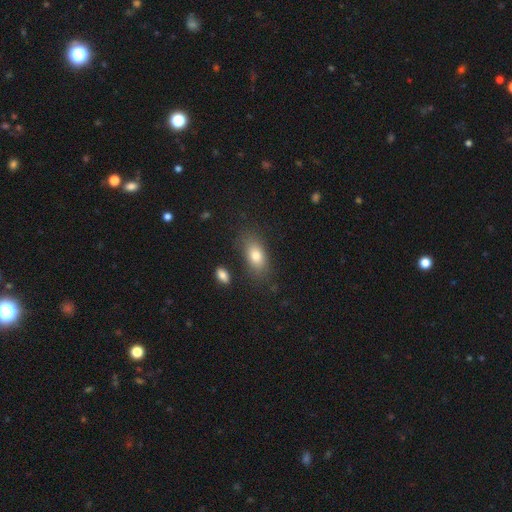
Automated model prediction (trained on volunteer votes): This is likely a smooth galaxy (79%). How rounded: clearly in between (86%). Merging: likely none (77%).